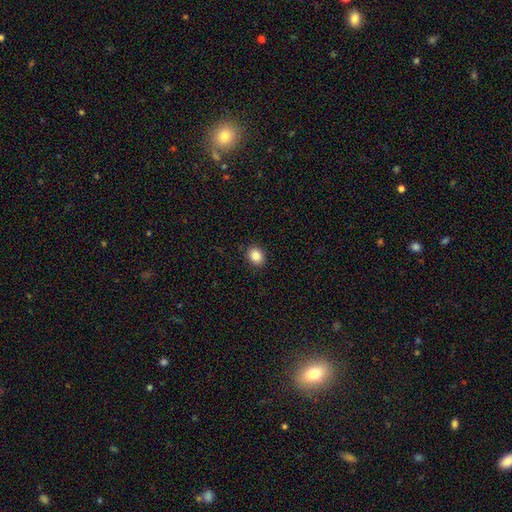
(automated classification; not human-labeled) Smooth or featured?
  - smooth: 86% *
  - star or artifact: 9%
  - featured or disk: 5%
How rounded?
  - round: 53% *
  - in between: 46%
  - cigar-shaped: 1%
Merging?
  - none: 90% *
  - minor disturbance: 7%
  - major disturbance: 2%
  - merger: 1%